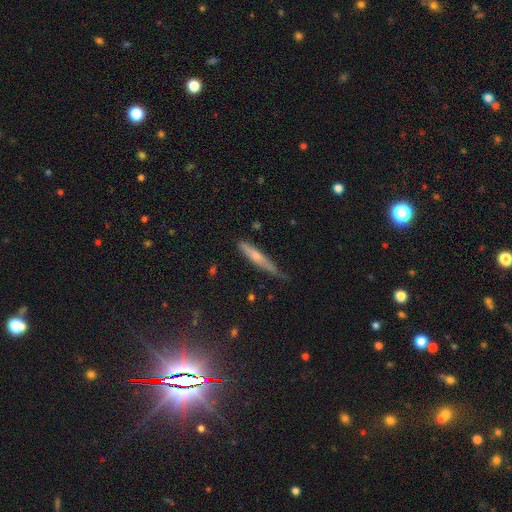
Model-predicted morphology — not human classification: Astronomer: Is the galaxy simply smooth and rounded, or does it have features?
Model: featured or disk — 48% (runner-up: smooth, 43%).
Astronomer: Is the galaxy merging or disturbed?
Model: none — 66%.